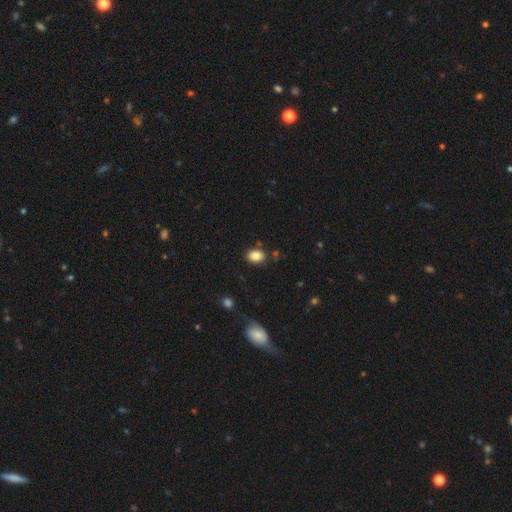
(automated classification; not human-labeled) Smooth or featured? Predicted: smooth (p=0.87). How rounded? Predicted: in between (p=0.79). Merging? Predicted: none (p=0.83).